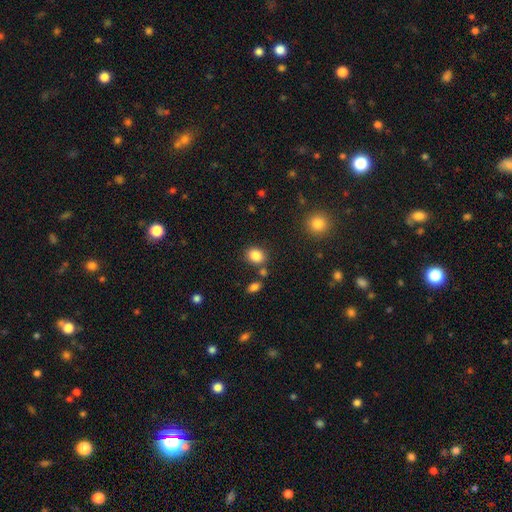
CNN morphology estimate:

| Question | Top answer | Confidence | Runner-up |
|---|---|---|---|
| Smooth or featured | smooth | 85% | star or artifact (10%) |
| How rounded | round | 51% | in between (48%) |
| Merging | none | 77% | minor disturbance (11%) |